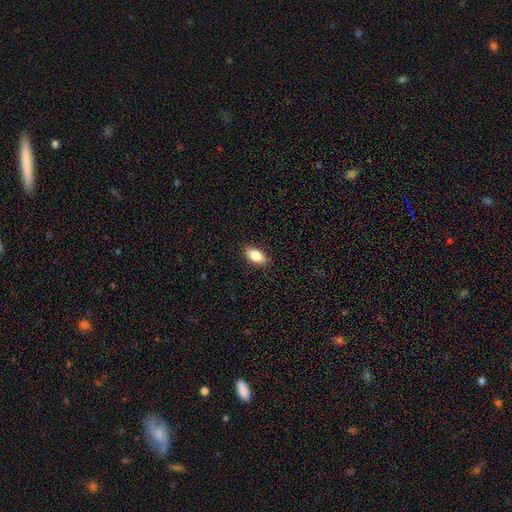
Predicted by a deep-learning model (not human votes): A smooth galaxy with no disk features (84%) that is in between round and cigar-shaped (90%). Merging: none (88%).